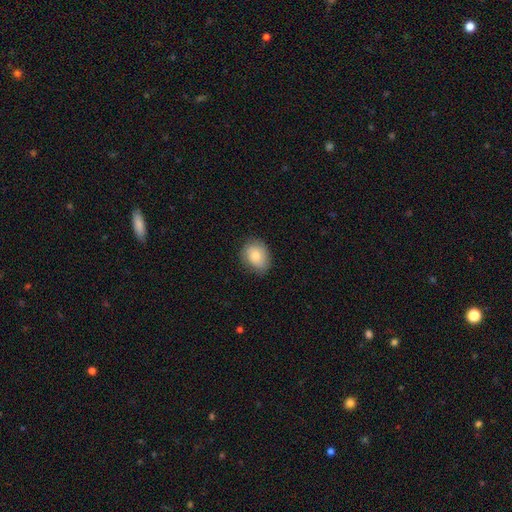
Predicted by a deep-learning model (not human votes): Smooth or featured?
  - smooth: 81% *
  - featured or disk: 11%
  - star or artifact: 8%
How rounded?
  - in between: 58% *
  - round: 41%
  - cigar-shaped: 1%
Merging?
  - none: 77% *
  - minor disturbance: 19%
  - major disturbance: 4%
  - merger: 1%